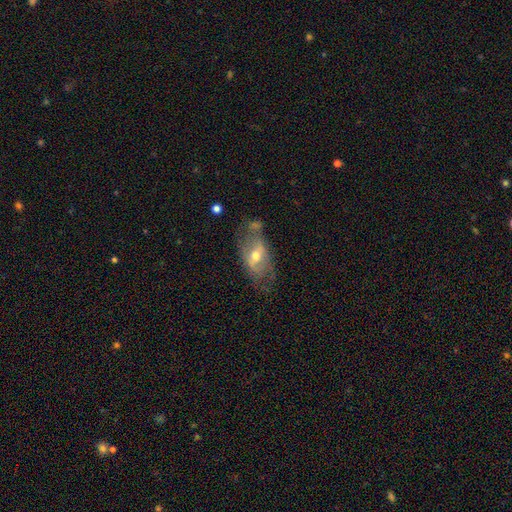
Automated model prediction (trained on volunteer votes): A featured or disk galaxy (67%) with a weak bar (42%), spiral arms (56%) and a moderate central bulge (66%). Merging: none (53%).